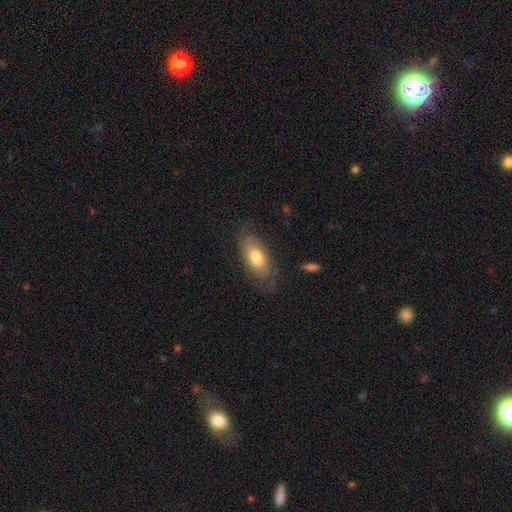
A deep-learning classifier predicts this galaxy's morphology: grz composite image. It shows a smooth galaxy with no disk features (49%). Merging: none (72%).